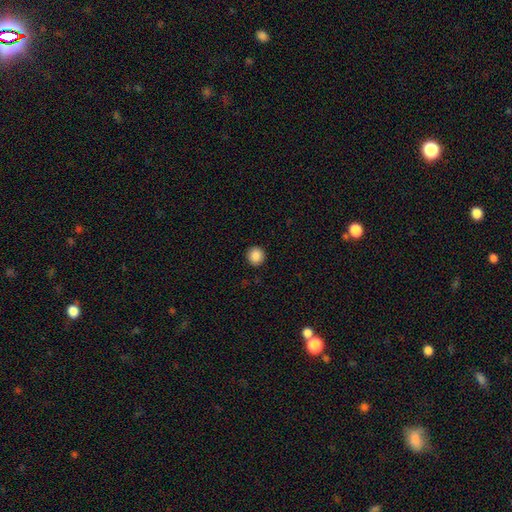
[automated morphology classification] This is clearly a smooth galaxy (88%). How rounded: clearly round (93%). Merging: clearly none (92%).